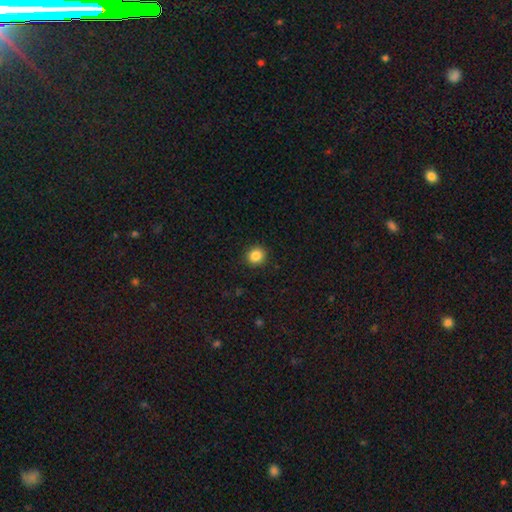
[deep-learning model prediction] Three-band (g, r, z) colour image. It shows a smooth galaxy with no disk features (86%) that is round (88%). Merging: none (92%).